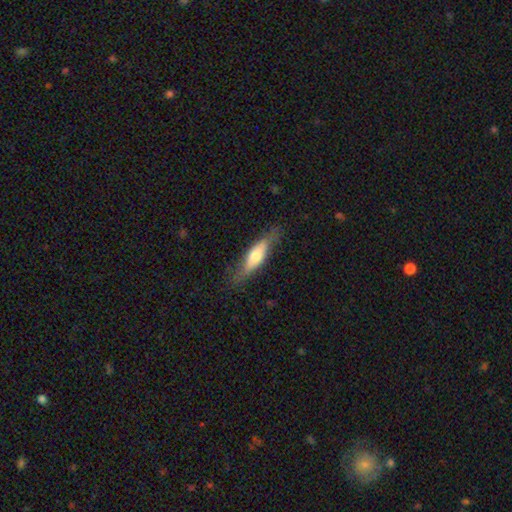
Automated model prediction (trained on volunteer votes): Smooth or featured: smooth — 55% (featured or disk — 39%)
How rounded: cigar-shaped — 61% (in between — 37%)
Merging: none — 76% (minor disturbance — 18%)